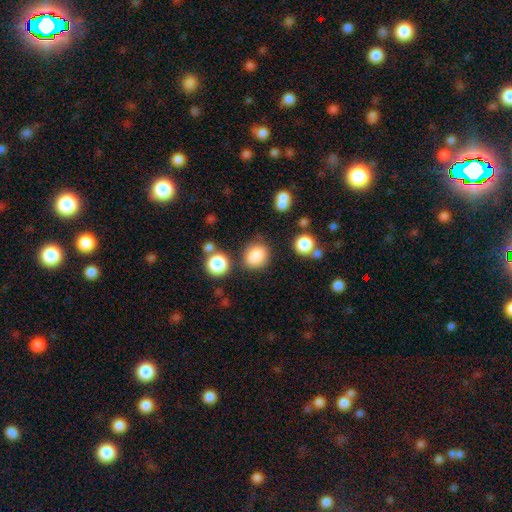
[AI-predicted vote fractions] Morphology: type=smooth (83%); roundness=round (57%); merging=none (77%).